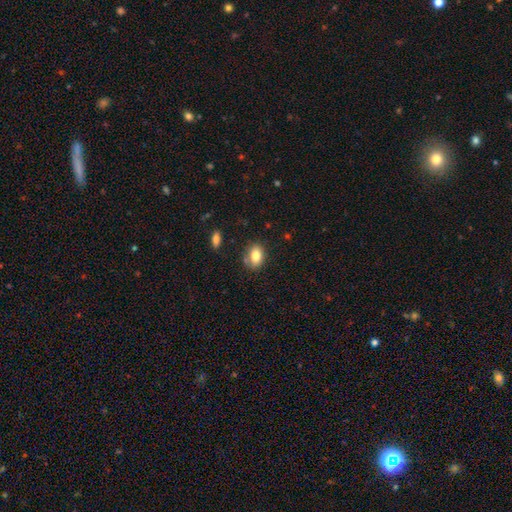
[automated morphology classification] type=smooth (83%); roundness=in between (81%); merging=none (73%).